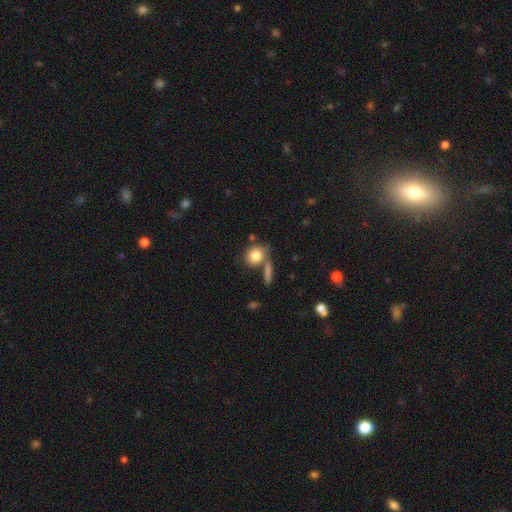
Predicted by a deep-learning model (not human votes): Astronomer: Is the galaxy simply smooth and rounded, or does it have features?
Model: smooth — 81%.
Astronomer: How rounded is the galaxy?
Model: round — 73%.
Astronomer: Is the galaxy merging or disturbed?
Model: none — 60%.